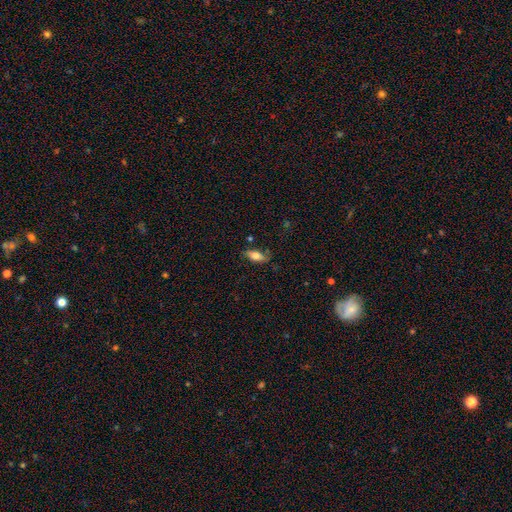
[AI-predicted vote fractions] A smooth galaxy with no disk features (70%) that is in between round and cigar-shaped (75%).

Vote fractions:
- Smooth or featured? smooth: 70% / featured or disk: 23% / star or artifact: 7%
- How rounded? in between: 75% / cigar-shaped: 22% / round: 3%
- Merging? none: 78% / minor disturbance: 17% / major disturbance: 3% / merger: 2%